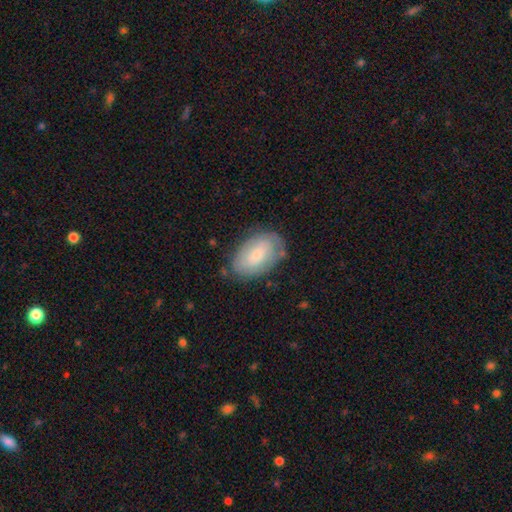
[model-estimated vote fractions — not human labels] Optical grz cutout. It shows a smooth galaxy with no disk features (56%) that is in between round and cigar-shaped (92%). Merging: none (73%).